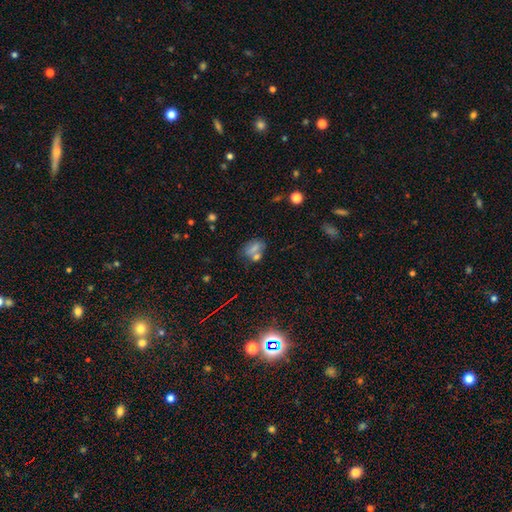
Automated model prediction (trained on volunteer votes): smooth-or-featured: smooth: 68% | featured or disk: 18% | star or artifact: 15%
  how-rounded: in between: 76% | round: 21% | cigar-shaped: 4%
  merging: none: 43% | merger: 35% | minor disturbance: 15% | major disturbance: 7%